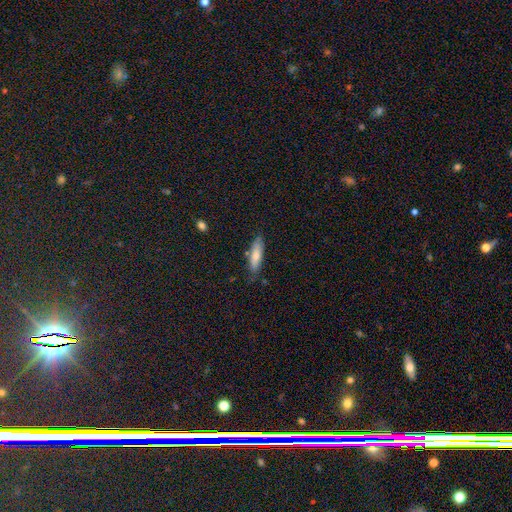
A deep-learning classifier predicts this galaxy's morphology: A smooth galaxy with no disk features (75%) that is cigar-shaped (54%). Merging: none (77%).